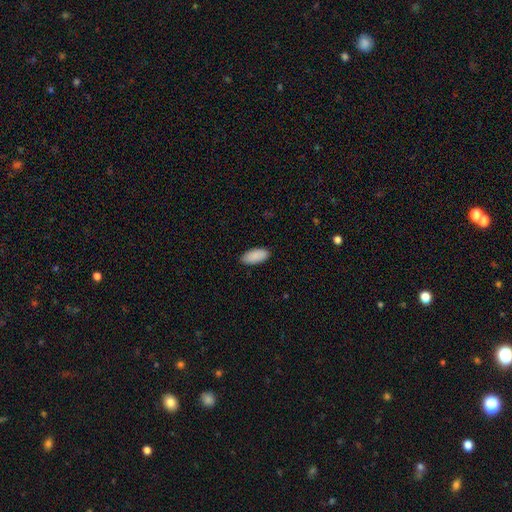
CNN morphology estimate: Q: Smooth or featured?
A: smooth (90%); runner-up: star or artifact (6%)
Q: How rounded?
A: in between (93%); runner-up: cigar-shaped (6%)
Q: Merging?
A: none (87%); runner-up: minor disturbance (10%)